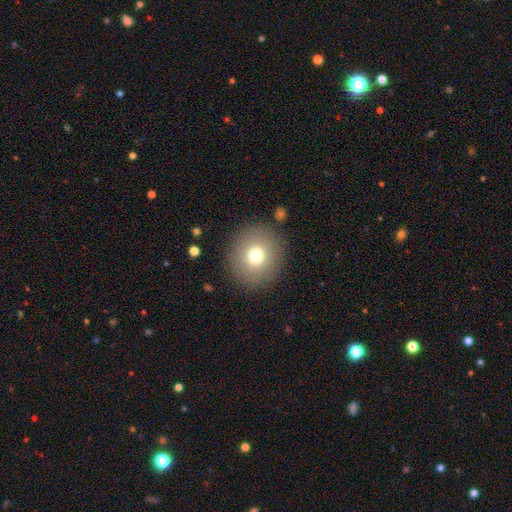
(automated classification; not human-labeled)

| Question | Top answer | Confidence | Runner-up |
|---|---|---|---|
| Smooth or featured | smooth | 74% | featured or disk (15%) |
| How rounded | round | 88% | in between (11%) |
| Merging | none | 87% | minor disturbance (7%) |